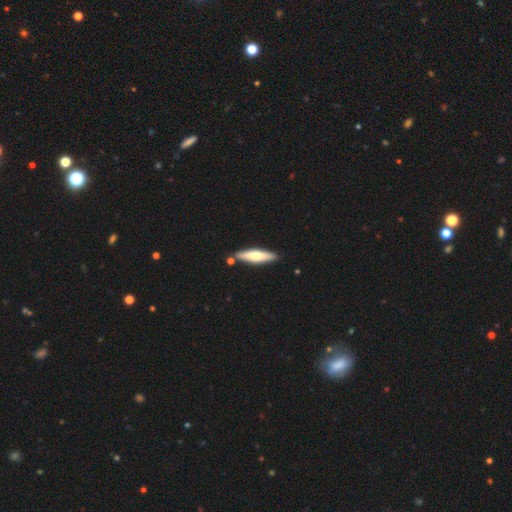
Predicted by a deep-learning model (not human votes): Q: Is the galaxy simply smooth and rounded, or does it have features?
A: smooth — 53%.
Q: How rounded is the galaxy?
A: cigar-shaped — 78%.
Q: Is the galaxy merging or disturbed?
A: none — 84%.